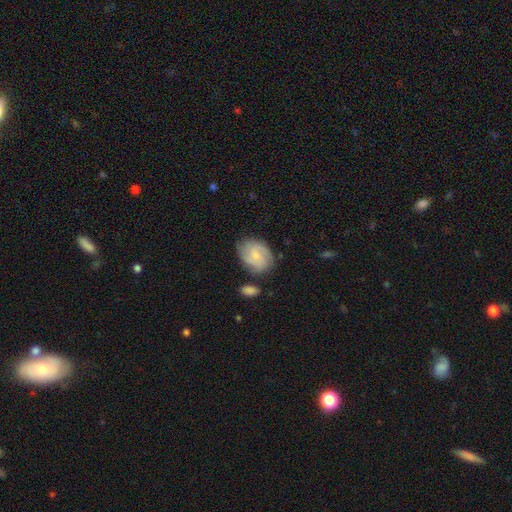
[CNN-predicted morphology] The model was most divided on "smooth or featured": featured or disk: 49%, smooth: 44%, star or artifact: 7%. More confident: merging — none (69%).